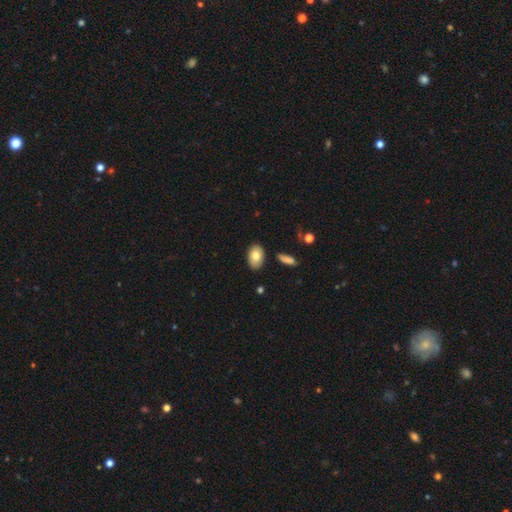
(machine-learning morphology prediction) The model was most divided on "smooth or featured": smooth: 78%, featured or disk: 15%, star or artifact: 7%. More confident: how rounded — in between (88%); merging — none (83%).